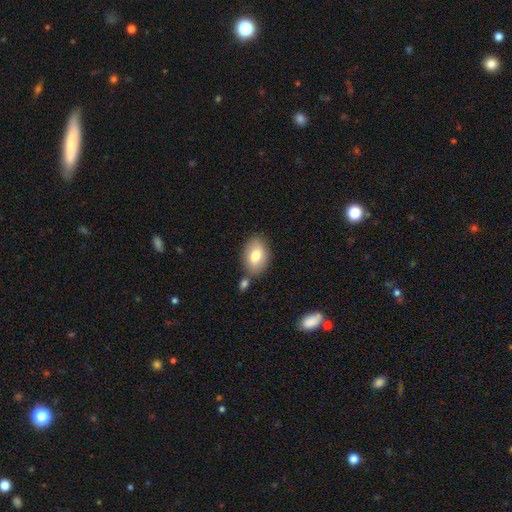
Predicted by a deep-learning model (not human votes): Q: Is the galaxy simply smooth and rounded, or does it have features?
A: smooth — 77%.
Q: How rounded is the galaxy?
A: in between — 85%.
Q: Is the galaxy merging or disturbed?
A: none — 68%.